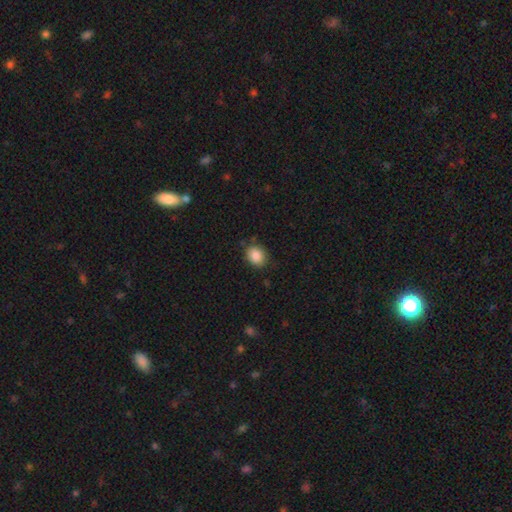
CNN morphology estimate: Smooth or featured?
  - smooth: 87% *
  - star or artifact: 9%
  - featured or disk: 5%
How rounded?
  - in between: 52% *
  - round: 47%
  - cigar-shaped: 1%
Merging?
  - none: 80% *
  - minor disturbance: 15%
  - major disturbance: 3%
  - merger: 2%